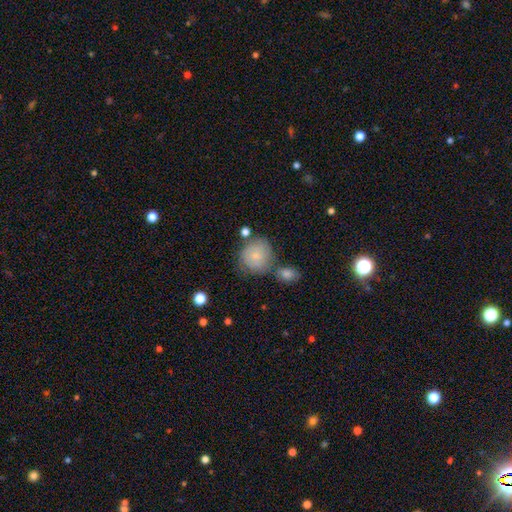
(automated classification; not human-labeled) This is likely a smooth galaxy (78%). How rounded: clearly round (85%). Merging: possibly none (56%).